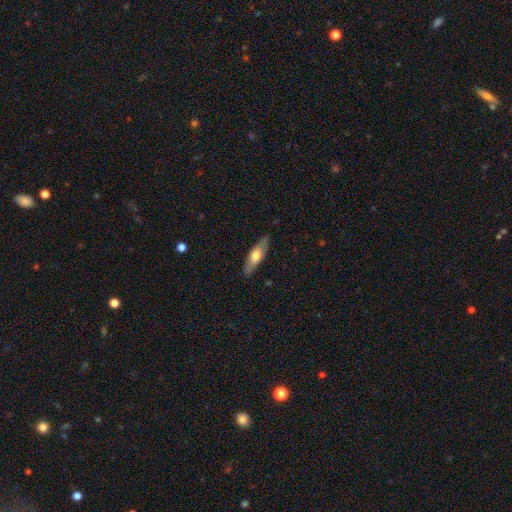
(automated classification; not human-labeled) A smooth galaxy with no disk features (54%) that is cigar-shaped (56%). Merging: none (85%).